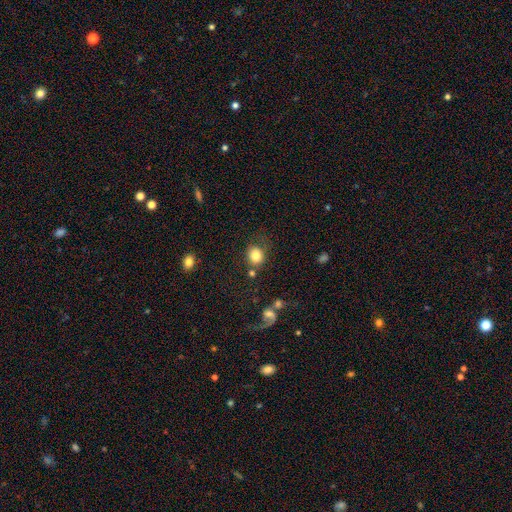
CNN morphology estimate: This appears to be a smooth galaxy with no disk features (82%) that is round (69%). Merging: none (62%).